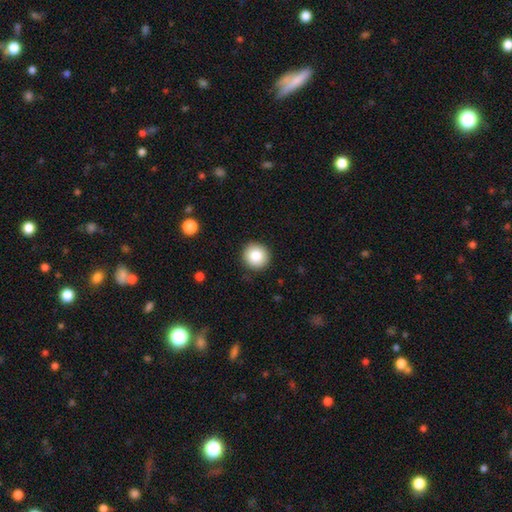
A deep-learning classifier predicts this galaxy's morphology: type=smooth (82%); roundness=round (94%); merging=none (91%).